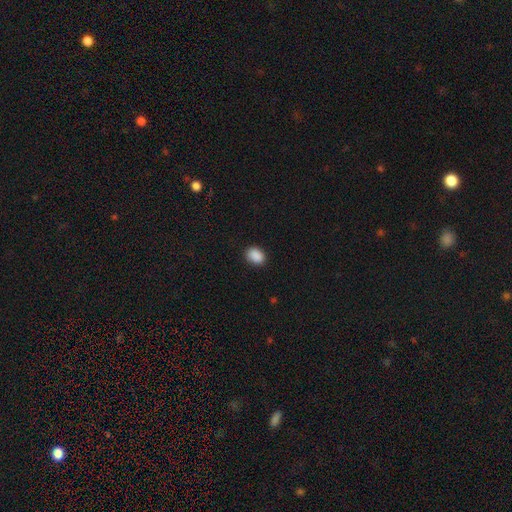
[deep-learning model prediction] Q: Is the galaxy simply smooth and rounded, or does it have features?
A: smooth — 89%.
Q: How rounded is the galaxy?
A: in between — 64%.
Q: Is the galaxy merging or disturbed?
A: none — 87%.